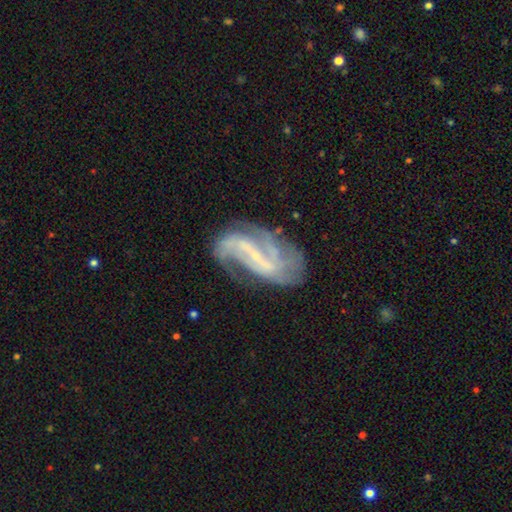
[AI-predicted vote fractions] Smooth or featured? Predicted: featured or disk (p=0.84). Edge-on disk? Predicted: no (p=0.96). Bar? Predicted: strong (p=0.45). Spiral arms? Predicted: yes (p=0.92). Spiral winding? Predicted: medium (p=0.41). Spiral arm count? Predicted: 2 (p=0.48). Bulge size? Predicted: small (p=0.68). Merging? Predicted: none (p=0.54).